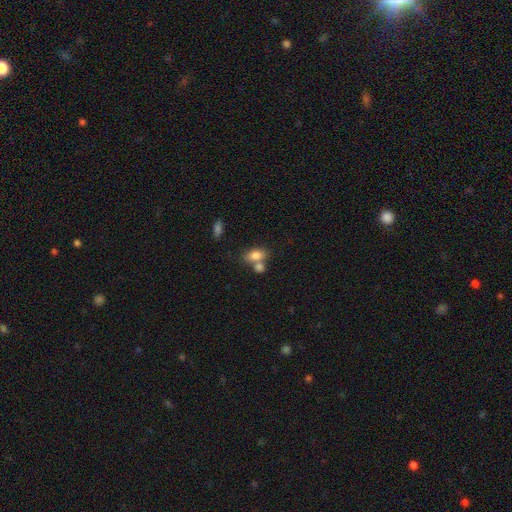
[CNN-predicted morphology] Q: Smooth or featured?
A: smooth (81%); runner-up: featured or disk (11%)
Q: How rounded?
A: in between (82%); runner-up: round (14%)
Q: Merging?
A: none (43%); runner-up: merger (41%)